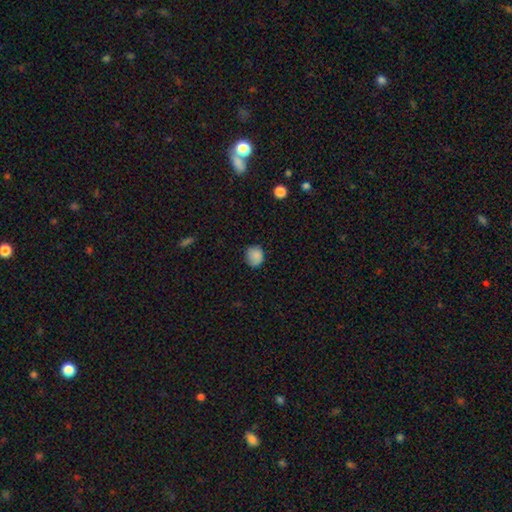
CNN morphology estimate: smooth 86%, star or artifact 10%, featured or disk 5%. Down the decision tree: how rounded — round (81%); merging — none (76%).